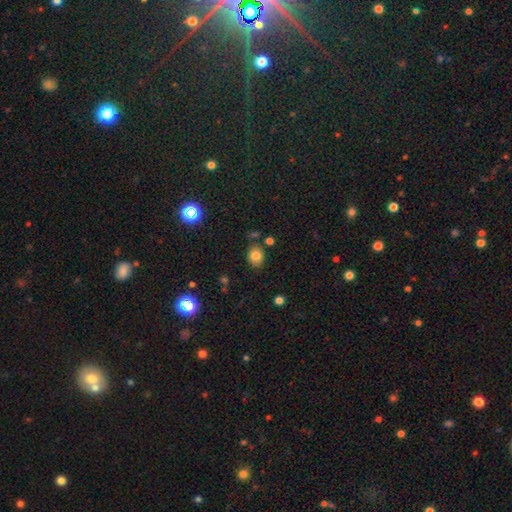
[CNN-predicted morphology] smooth_or_featured: smooth (p=0.80) [alt: star or artifact p=0.12]
how_rounded: in between (p=0.50) [alt: round p=0.49]
merging: none (p=0.78) [alt: minor disturbance p=0.13]